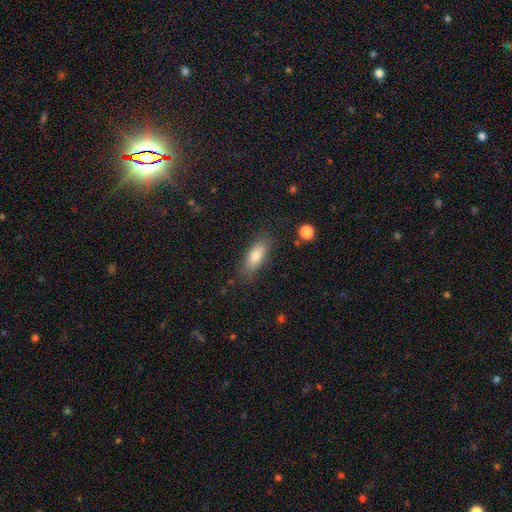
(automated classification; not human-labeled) Smooth or featured? Predicted: smooth (p=0.75). How rounded? Predicted: in between (p=0.65). Merging? Predicted: none (p=0.83).